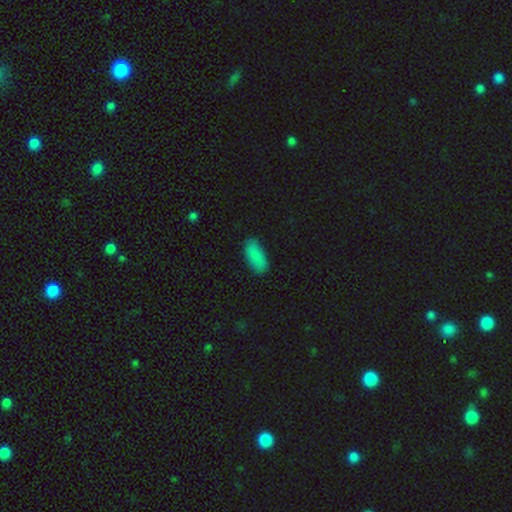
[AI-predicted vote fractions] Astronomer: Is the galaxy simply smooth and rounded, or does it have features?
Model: smooth — 87%.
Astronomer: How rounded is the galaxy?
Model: in between — 89%.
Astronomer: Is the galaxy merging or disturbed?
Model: none — 83%.